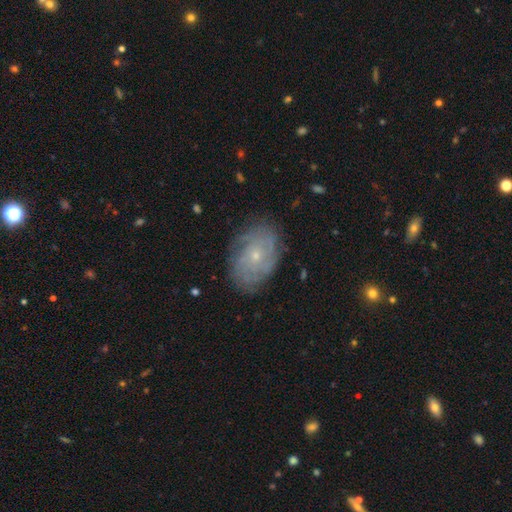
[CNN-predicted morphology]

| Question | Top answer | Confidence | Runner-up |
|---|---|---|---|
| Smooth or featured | featured or disk | 72% | smooth (20%) |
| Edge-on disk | no | 96% | yes (4%) |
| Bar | no | 81% | weak (17%) |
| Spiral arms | yes | 89% | no (11%) |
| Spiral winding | tight | 65% | medium (26%) |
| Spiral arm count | can't tell | 48% | 2 (14%) |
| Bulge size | small | 73% | moderate (24%) |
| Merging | none | 80% | minor disturbance (15%) |